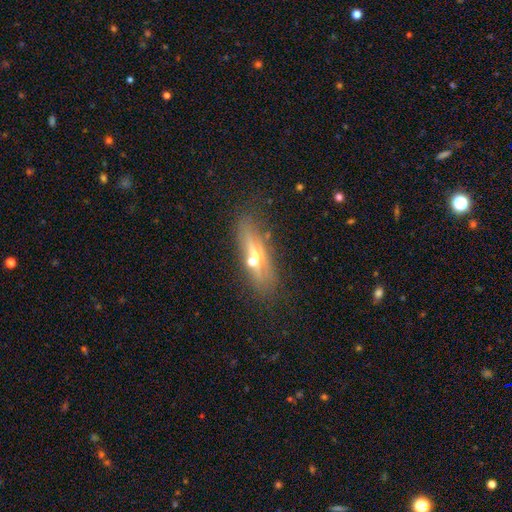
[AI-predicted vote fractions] Smooth or featured?
  - featured or disk: 52% *
  - smooth: 34%
  - star or artifact: 14%
Edge-on disk?
  - yes: 71% *
  - no: 29%
Merging?
  - none: 70% *
  - minor disturbance: 14%
  - merger: 9%
  - major disturbance: 7%